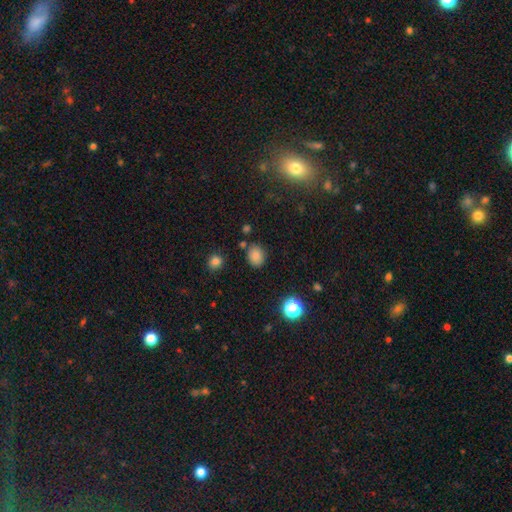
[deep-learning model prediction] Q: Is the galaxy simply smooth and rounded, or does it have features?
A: smooth — 81%.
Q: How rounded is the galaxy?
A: round — 61%.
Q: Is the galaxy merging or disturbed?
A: none — 81%.